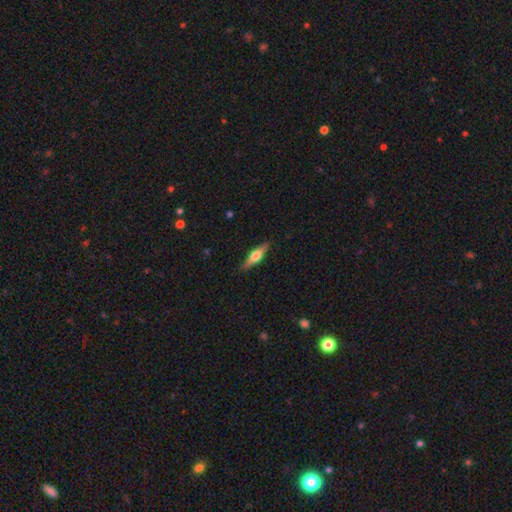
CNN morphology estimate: smooth-or-featured: featured or disk: 53% | smooth: 41% | star or artifact: 6%
  disk-edge-on: yes: 94% | no: 6%
  merging: none: 88% | minor disturbance: 9% | major disturbance: 2% | merger: 1%